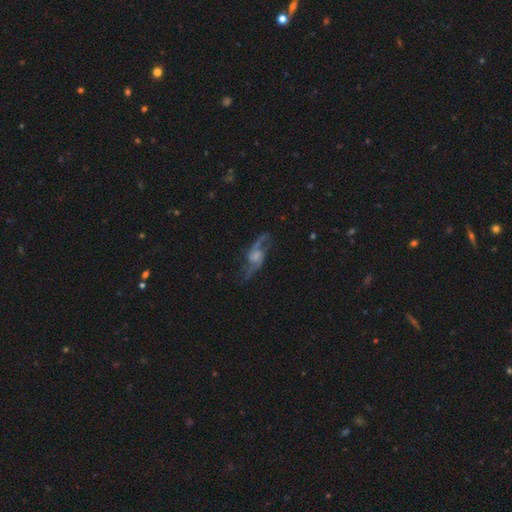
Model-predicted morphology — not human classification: Smooth or featured? featured or disk (81%)
Edge-on disk? no (91%)
Bar? no (56%)
Spiral arms? yes (92%)
Spiral winding? loose (74%)
Spiral arm count? 2 (89%)
Bulge size? small (34%)
Merging? none (68%)